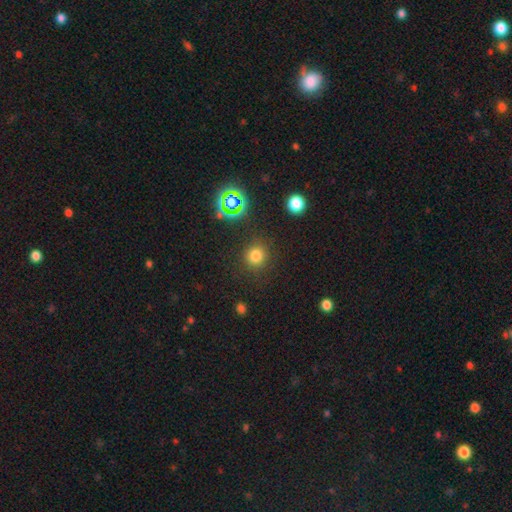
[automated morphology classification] Q: Smooth or featured?
A: smooth (75%); runner-up: star or artifact (19%)
Q: How rounded?
A: round (90%); runner-up: in between (9%)
Q: Merging?
A: none (86%); runner-up: minor disturbance (8%)